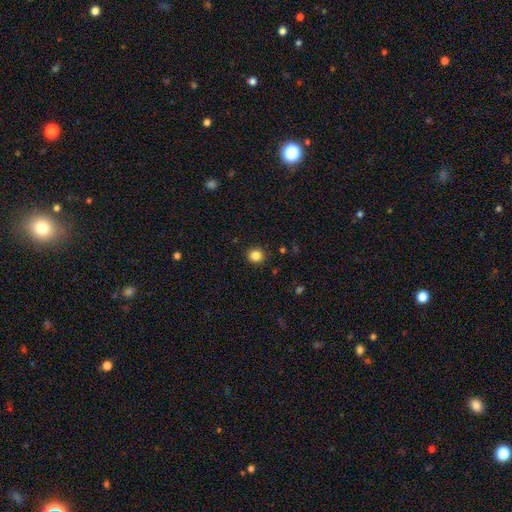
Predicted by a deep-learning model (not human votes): smooth-or-featured: smooth: 84% | star or artifact: 11% | featured or disk: 4%
  how-rounded: round: 91% | in between: 8% | cigar-shaped: 1%
  merging: none: 90% | minor disturbance: 6% | major disturbance: 2% | merger: 1%